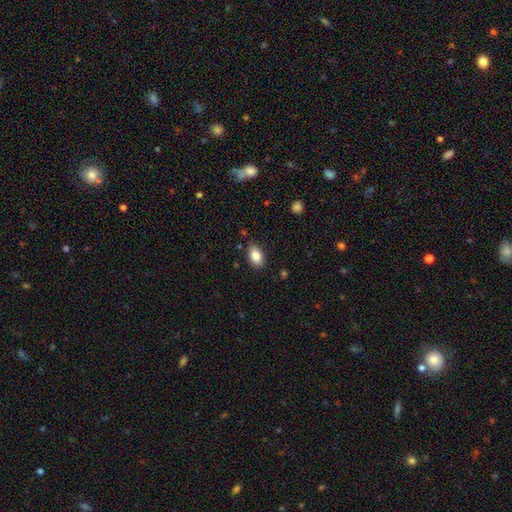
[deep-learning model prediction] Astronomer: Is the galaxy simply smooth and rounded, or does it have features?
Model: smooth — 85%.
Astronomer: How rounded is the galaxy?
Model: in between — 91%.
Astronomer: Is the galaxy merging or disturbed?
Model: none — 84%.